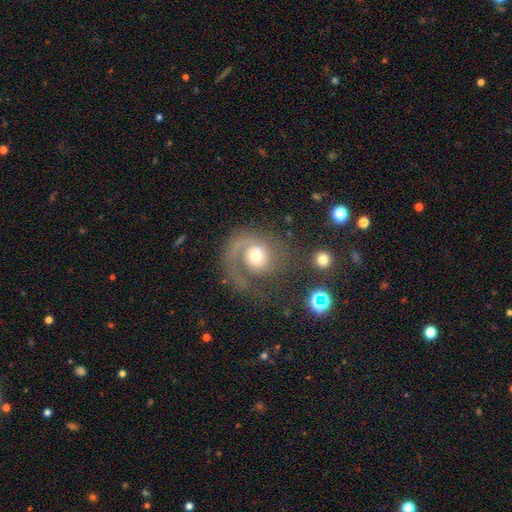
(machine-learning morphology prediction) A featured or disk galaxy (81%) with no bar (67%), 1 (67%) medium (42%) spiral arms (94%) and a moderate central bulge (62%).

Vote fractions:
- Smooth or featured? featured or disk: 81% / smooth: 13% / star or artifact: 7%
- Edge-on disk? no: 98% / yes: 2%
- Bar? no: 67% / weak: 28% / strong: 5%
- Spiral arms? yes: 94% / no: 6%
- Spiral winding? medium: 42% / tight: 40% / loose: 18%
- Spiral arm count? 1: 67% / 2: 22% / can't tell: 6% / 3: 3% / 4: 1% / more than 4: 1%
- Bulge size? moderate: 62% / large: 18% / small: 16% / dominant: 2% / none: 2%
- Merging? none: 53% / major disturbance: 27% / minor disturbance: 15% / merger: 4%